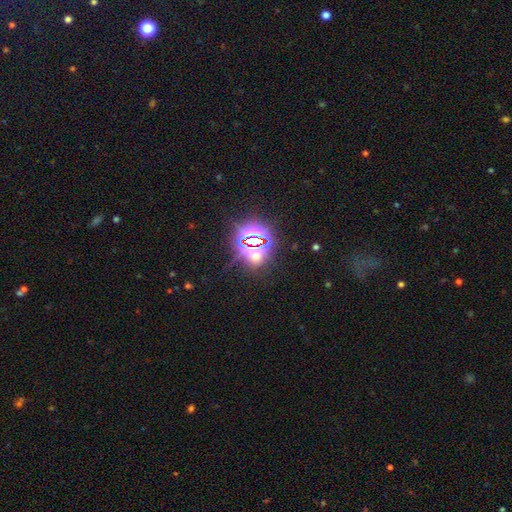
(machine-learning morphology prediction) Q: Smooth or featured?
A: star or artifact (72%); runner-up: smooth (19%)